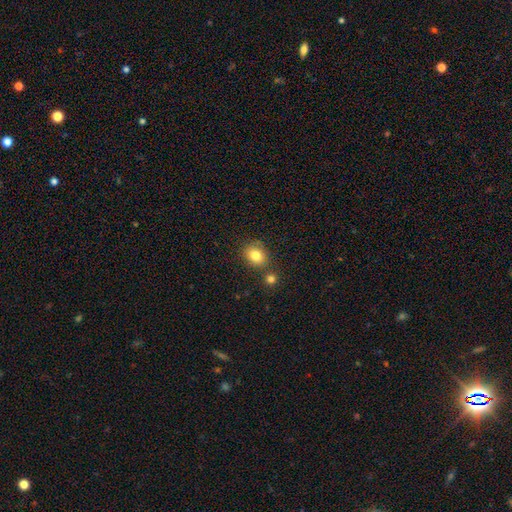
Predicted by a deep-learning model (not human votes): Smooth or featured?
  - smooth: 82% *
  - star or artifact: 11%
  - featured or disk: 8%
How rounded?
  - round: 58% *
  - in between: 41%
  - cigar-shaped: 1%
Merging?
  - none: 73% *
  - merger: 13%
  - minor disturbance: 11%
  - major disturbance: 3%